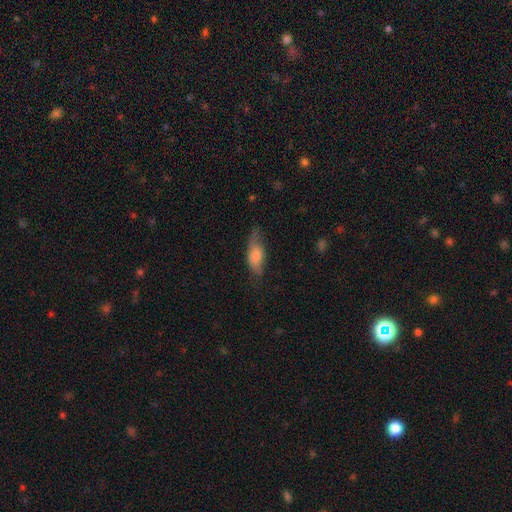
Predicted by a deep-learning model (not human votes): Smooth or featured?
  - smooth: 72% *
  - featured or disk: 21%
  - star or artifact: 7%
How rounded?
  - in between: 74% *
  - cigar-shaped: 23%
  - round: 3%
Merging?
  - none: 48% *
  - minor disturbance: 34%
  - major disturbance: 16%
  - merger: 2%